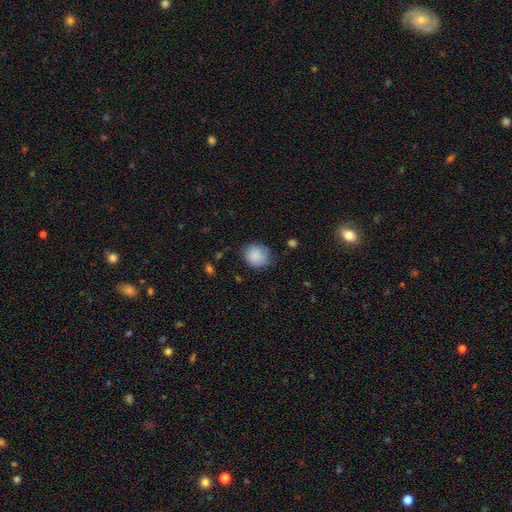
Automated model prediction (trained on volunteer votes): A smooth galaxy with no disk features (84%) that is round (74%). Merging: none (62%).